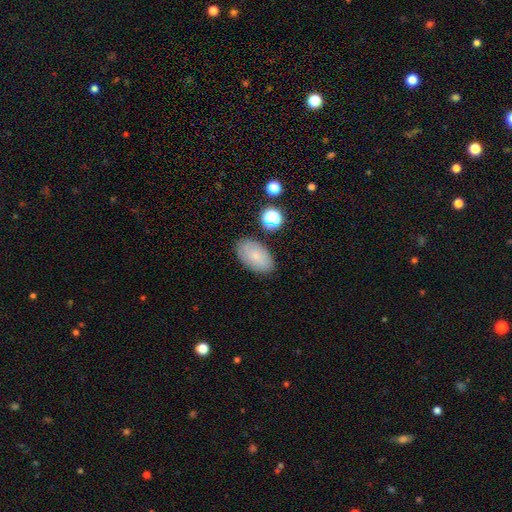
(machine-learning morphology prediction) This appears to be a smooth galaxy with no disk features (75%) that is in between round and cigar-shaped (93%). Merging: none (82%).